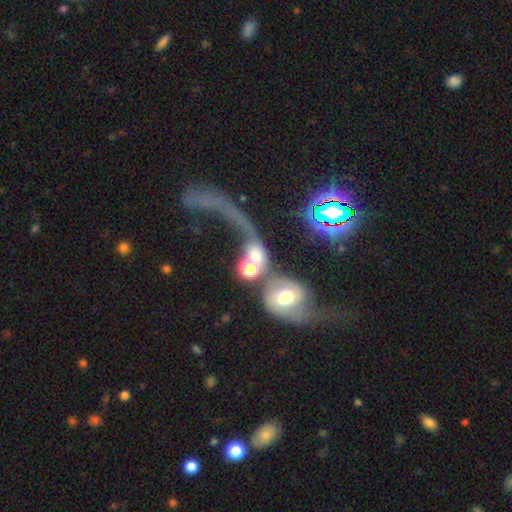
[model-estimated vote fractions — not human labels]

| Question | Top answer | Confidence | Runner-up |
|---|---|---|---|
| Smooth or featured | smooth | 48% | featured or disk (34%) |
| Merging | merger | 54% | major disturbance (23%) |